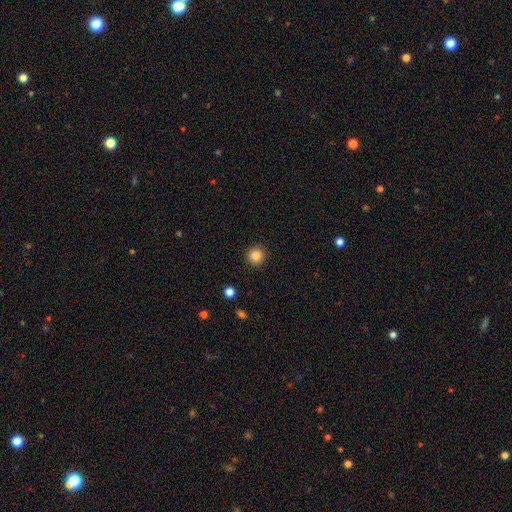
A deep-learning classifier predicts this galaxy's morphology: Q: Smooth or featured?
A: smooth (85%); runner-up: star or artifact (11%)
Q: How rounded?
A: round (95%); runner-up: in between (4%)
Q: Merging?
A: none (92%); runner-up: minor disturbance (5%)